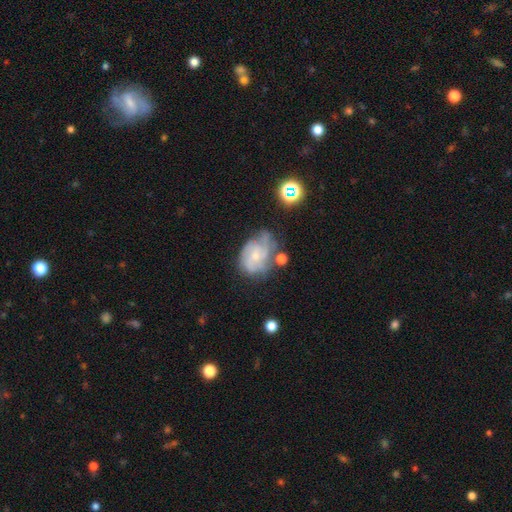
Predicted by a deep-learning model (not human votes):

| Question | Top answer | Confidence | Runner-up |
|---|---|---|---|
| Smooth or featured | featured or disk | 71% | smooth (20%) |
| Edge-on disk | no | 97% | yes (3%) |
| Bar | no | 73% | weak (23%) |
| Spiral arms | yes | 86% | no (14%) |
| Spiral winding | tight | 50% | medium (37%) |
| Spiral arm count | can't tell | 39% | 3 (25%) |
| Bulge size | small | 66% | moderate (28%) |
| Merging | none | 42% | minor disturbance (30%) |